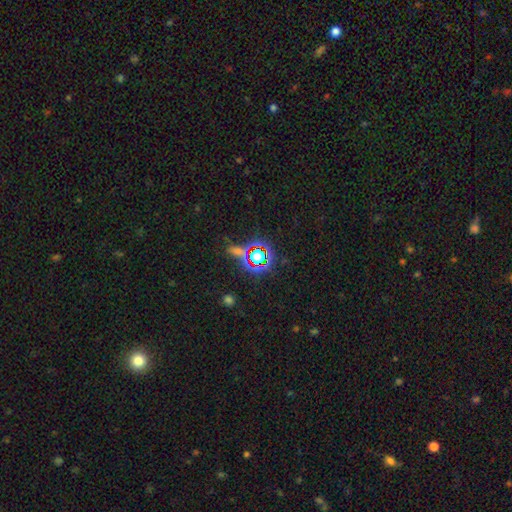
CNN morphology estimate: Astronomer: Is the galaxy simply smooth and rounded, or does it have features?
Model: star or artifact — 69%.